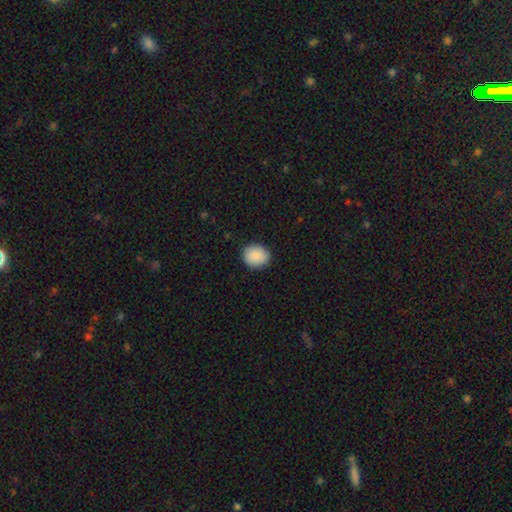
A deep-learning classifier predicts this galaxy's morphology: Smooth or featured? smooth (89%)
How rounded? round (74%)
Merging? none (89%)